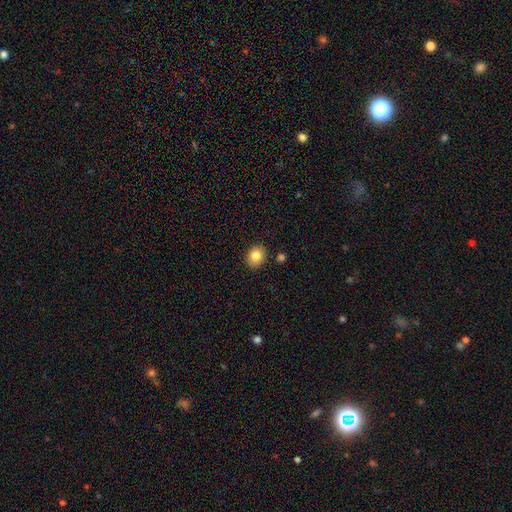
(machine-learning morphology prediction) This is clearly a smooth galaxy (83%). How rounded: likely round (66%). Merging: clearly none (87%).